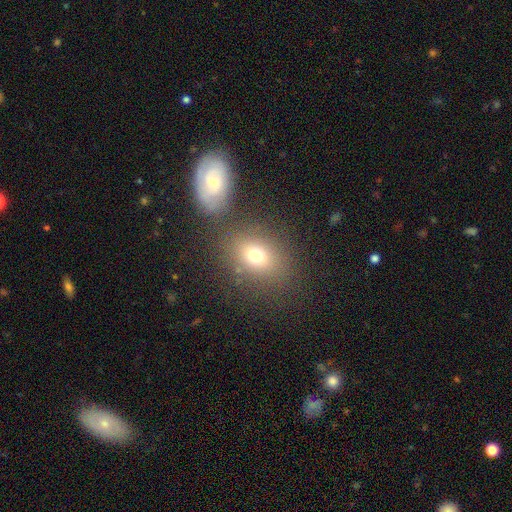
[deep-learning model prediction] Morphology: type=smooth (73%); roundness=in between (55%); merging=none (74%).